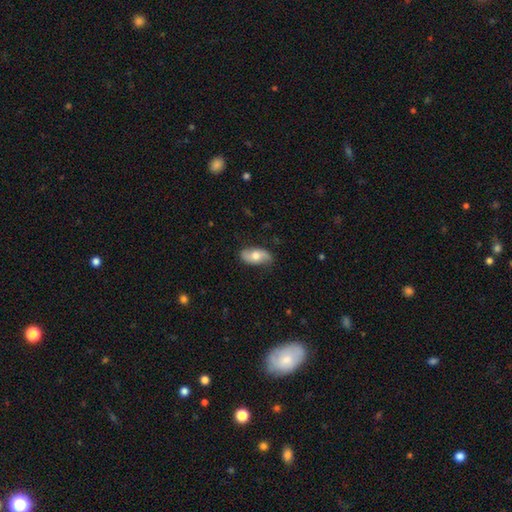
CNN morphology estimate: smooth 55%, featured or disk 39%, star or artifact 6%. Down the decision tree: how rounded — in between (91%); merging — none (78%).